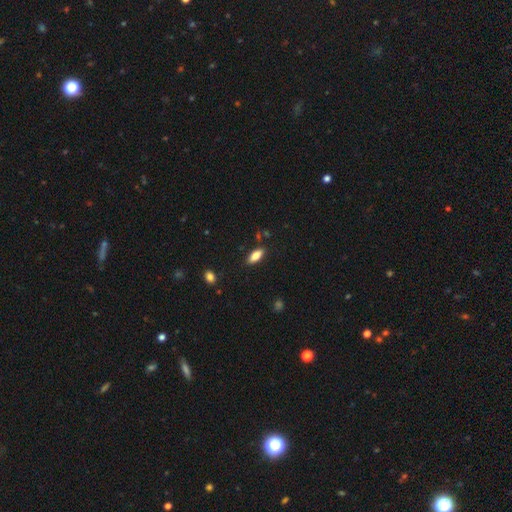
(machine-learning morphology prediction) This is clearly a smooth galaxy (81%). How rounded: likely in between (78%). Merging: clearly none (85%).